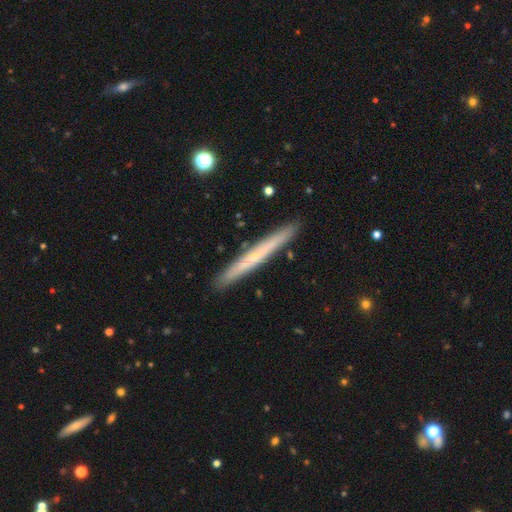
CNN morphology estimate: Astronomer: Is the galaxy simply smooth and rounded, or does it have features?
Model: featured or disk — 49% (runner-up: smooth, 45%).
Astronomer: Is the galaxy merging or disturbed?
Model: none — 91%.